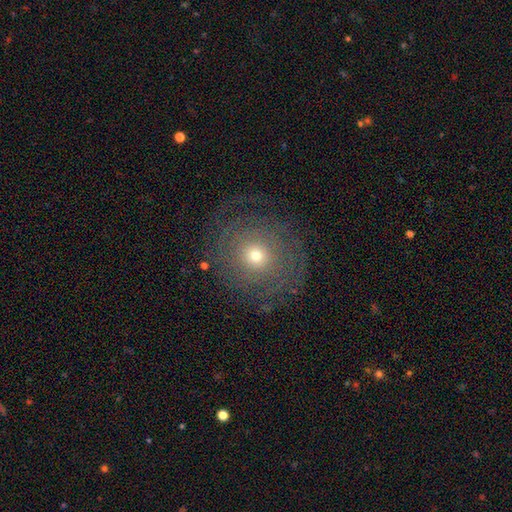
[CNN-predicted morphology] Q: Smooth or featured?
A: featured or disk (47%); runner-up: smooth (40%)
Q: Merging?
A: none (76%); runner-up: minor disturbance (12%)